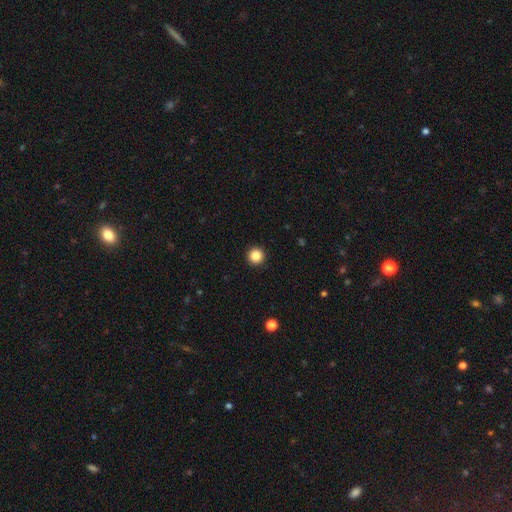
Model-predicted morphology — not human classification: smooth_or_featured: smooth (p=0.86) [alt: star or artifact p=0.10]
how_rounded: round (p=0.96) [alt: in between p=0.03]
merging: none (p=0.94) [alt: minor disturbance p=0.04]